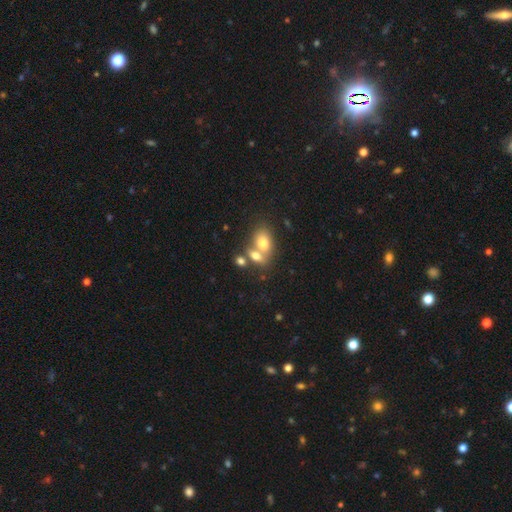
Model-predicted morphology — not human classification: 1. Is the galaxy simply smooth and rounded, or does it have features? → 72% smooth, 18% featured or disk, 10% star or artifact.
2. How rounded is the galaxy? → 75% in between, 21% round, 4% cigar-shaped.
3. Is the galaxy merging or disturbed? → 60% merger, 28% none, 8% minor disturbance, 4% major disturbance.